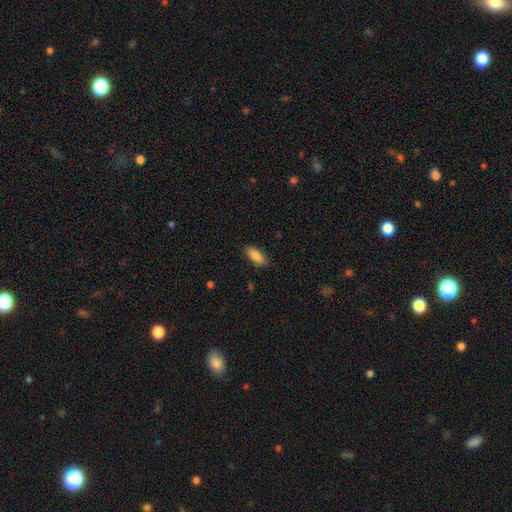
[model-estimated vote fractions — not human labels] smooth_or_featured: smooth (p=0.84) [alt: featured or disk p=0.10]
how_rounded: in between (p=0.84) [alt: cigar-shaped p=0.14]
merging: none (p=0.83) [alt: minor disturbance p=0.13]